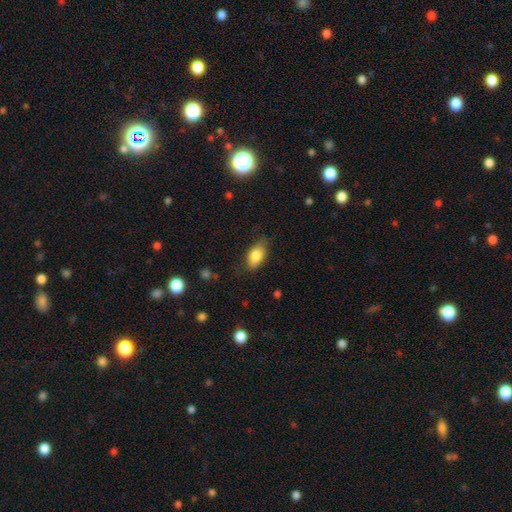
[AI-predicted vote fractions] Smooth or featured? smooth (82%)
How rounded? in between (90%)
Merging? none (76%)